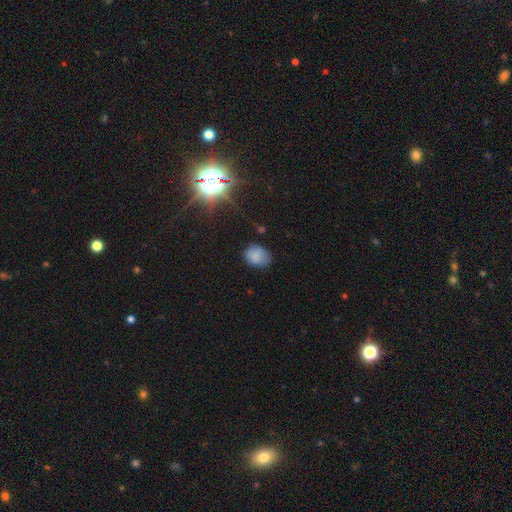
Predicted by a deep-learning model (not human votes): A smooth galaxy with no disk features (79%) that is in between round and cigar-shaped (64%).

Vote fractions:
- Smooth or featured? smooth: 79% / star or artifact: 13% / featured or disk: 8%
- How rounded? in between: 64% / round: 34% / cigar-shaped: 1%
- Merging? none: 66% / minor disturbance: 26% / major disturbance: 6% / merger: 2%